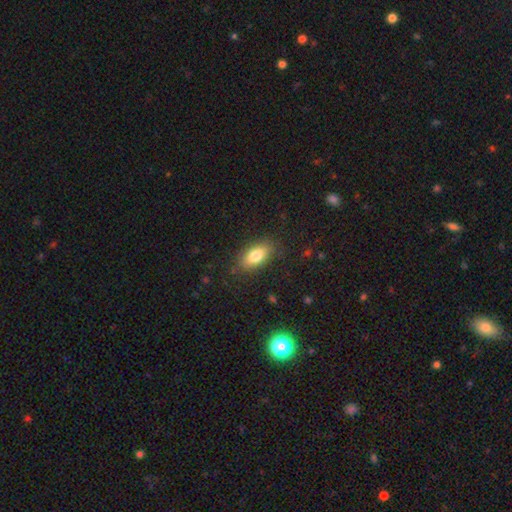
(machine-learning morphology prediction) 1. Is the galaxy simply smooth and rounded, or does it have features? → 81% smooth, 12% featured or disk, 7% star or artifact.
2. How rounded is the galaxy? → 87% in between, 9% cigar-shaped, 4% round.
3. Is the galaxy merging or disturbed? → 84% none, 12% minor disturbance, 3% major disturbance, 1% merger.